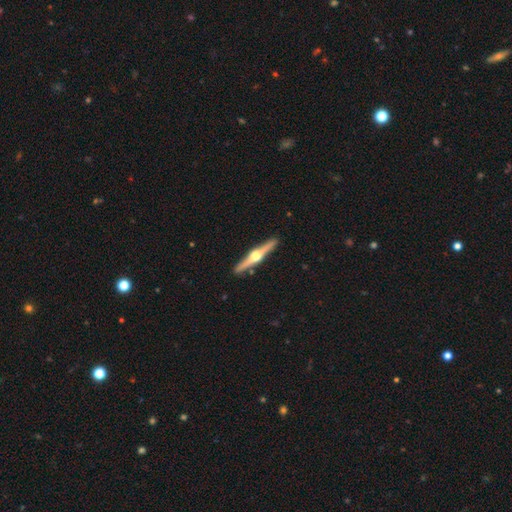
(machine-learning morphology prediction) Q: Smooth or featured?
A: featured or disk (80%); runner-up: smooth (16%)
Q: Edge-on disk?
A: yes (98%); runner-up: no (2%)
Q: Edge-on bulge?
A: rounded (96%); runner-up: boxy (2%)
Q: Merging?
A: none (92%); runner-up: minor disturbance (6%)